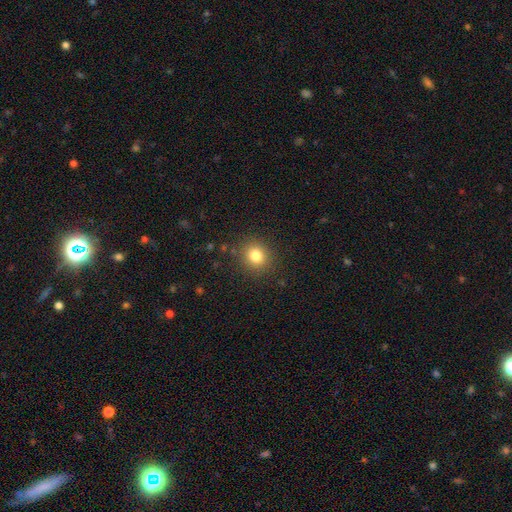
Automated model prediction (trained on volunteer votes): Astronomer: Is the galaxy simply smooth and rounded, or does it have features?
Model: smooth — 80%.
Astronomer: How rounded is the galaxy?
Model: round — 82%.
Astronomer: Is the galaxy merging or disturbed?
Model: none — 87%.